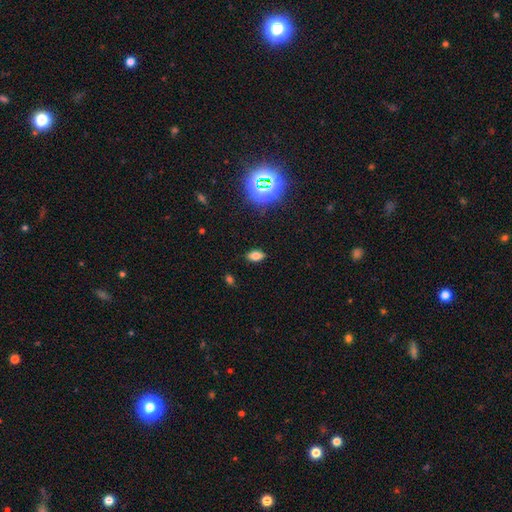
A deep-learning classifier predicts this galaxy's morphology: Overall: smooth (74%). How rounded: in between (90%). Merging: none (87%).